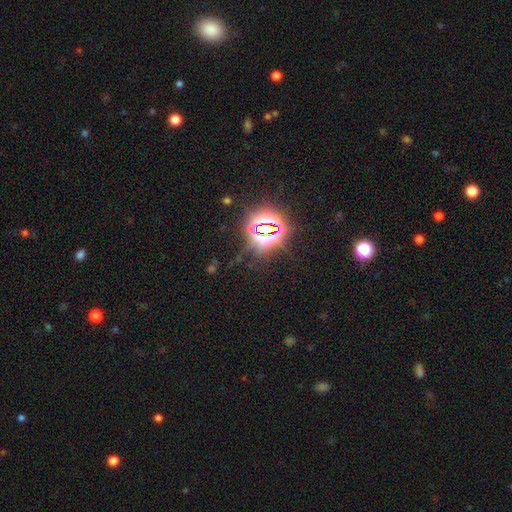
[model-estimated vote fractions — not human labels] Smooth or featured? Predicted: star or artifact (p=0.80).